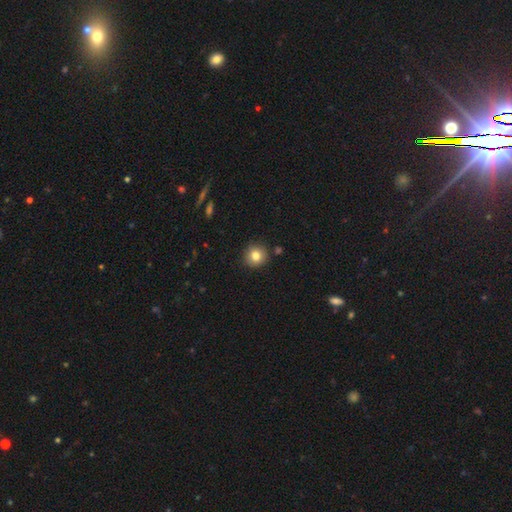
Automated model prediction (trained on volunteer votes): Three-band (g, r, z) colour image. It shows a smooth galaxy with no disk features (82%) that is round (91%). Merging: none (88%).